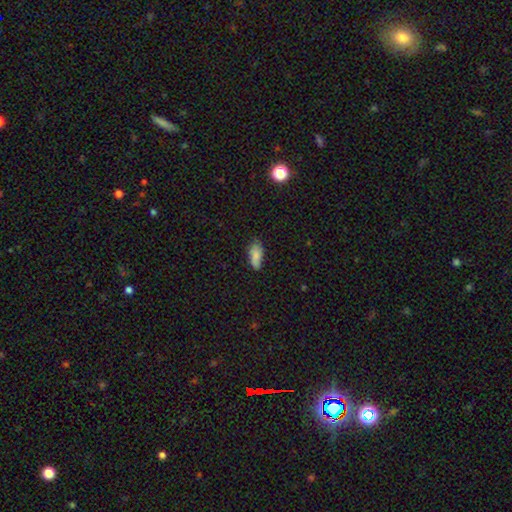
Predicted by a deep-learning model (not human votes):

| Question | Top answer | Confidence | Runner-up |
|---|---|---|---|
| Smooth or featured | smooth | 78% | featured or disk (13%) |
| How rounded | in between | 86% | cigar-shaped (11%) |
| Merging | none | 62% | minor disturbance (30%) |